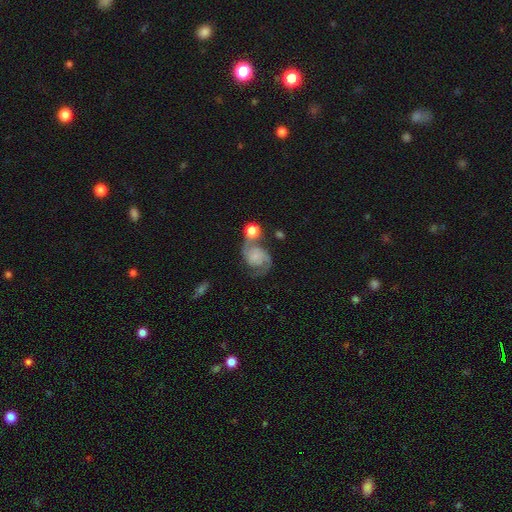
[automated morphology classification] Smooth or featured? Predicted: featured or disk (p=0.81). Edge-on disk? Predicted: no (p=0.98). Bar? Predicted: no (p=0.73). Spiral arms? Predicted: yes (p=0.96). Spiral winding? Predicted: medium (p=0.50). Spiral arm count? Predicted: 2 (p=0.90). Bulge size? Predicted: small (p=0.58). Merging? Predicted: none (p=0.47).